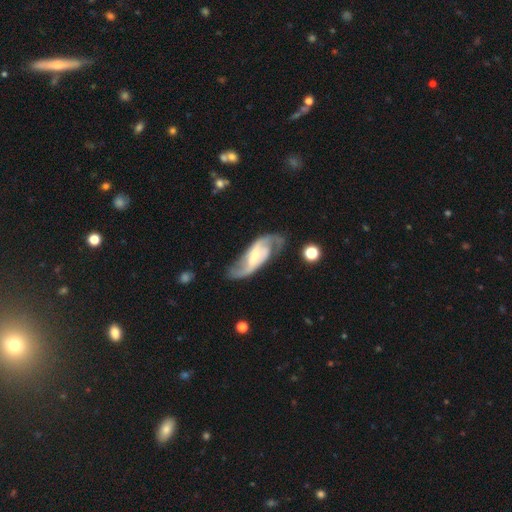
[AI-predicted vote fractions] Morphology: type=featured or disk (86%); edge-on=no (94%); bar=weak (46%); spiral arms=yes (96%); winding=medium (48%); arm count=2 (88%); bulge=moderate (42%); merging=none (69%).